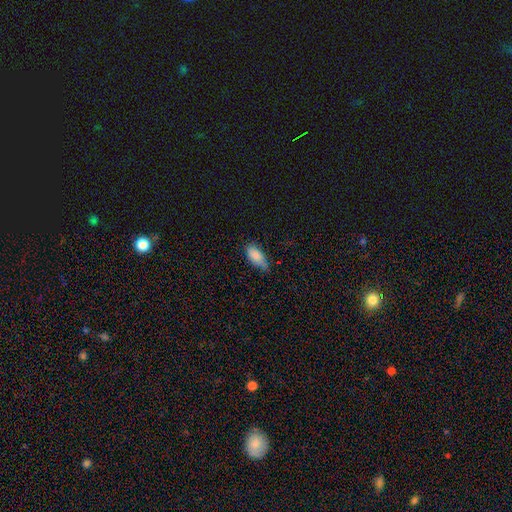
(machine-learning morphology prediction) A smooth galaxy with no disk features (85%) that is in between round and cigar-shaped (88%).

Vote fractions:
- Smooth or featured? smooth: 85% / star or artifact: 7% / featured or disk: 7%
- How rounded? in between: 88% / cigar-shaped: 9% / round: 2%
- Merging? none: 55% / minor disturbance: 36% / major disturbance: 7% / merger: 2%